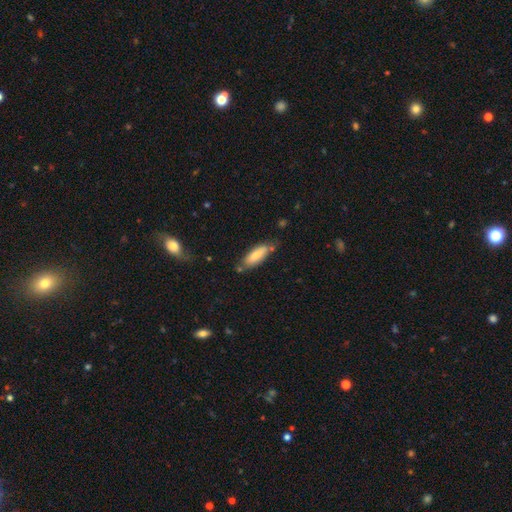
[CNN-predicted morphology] This is likely a smooth galaxy (78%). How rounded: possibly in between (58%). Merging: likely none (68%).